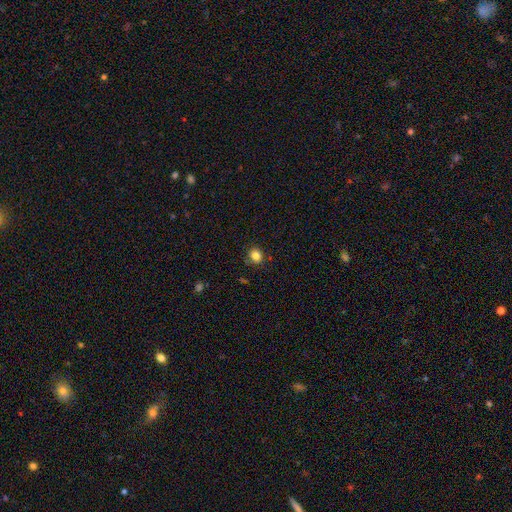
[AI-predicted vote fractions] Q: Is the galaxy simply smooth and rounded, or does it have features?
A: smooth — 84%.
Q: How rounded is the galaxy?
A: round — 77%.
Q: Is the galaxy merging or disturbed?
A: none — 86%.